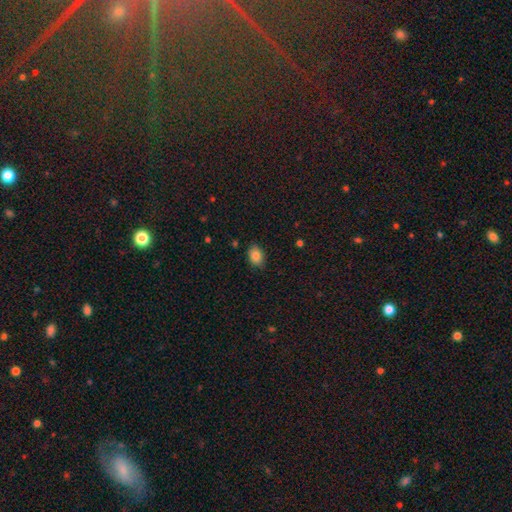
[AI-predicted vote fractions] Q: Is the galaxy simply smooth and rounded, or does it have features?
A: smooth — 85%.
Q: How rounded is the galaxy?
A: in between — 71%.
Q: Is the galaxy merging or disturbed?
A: none — 86%.